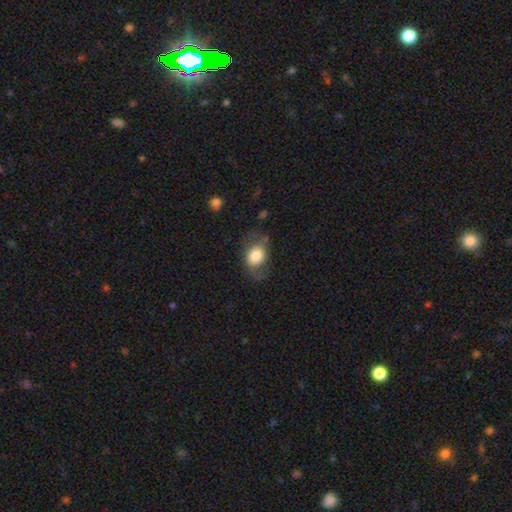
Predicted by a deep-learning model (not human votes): Morphology: type=smooth (70%); roundness=in between (67%); merging=none (59%).